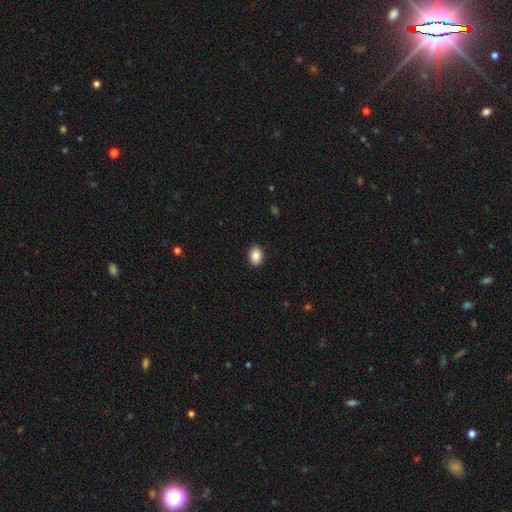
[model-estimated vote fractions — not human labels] smooth-or-featured: smooth: 88% | star or artifact: 8% | featured or disk: 4%
  how-rounded: in between: 73% | round: 26% | cigar-shaped: 1%
  merging: none: 90% | minor disturbance: 7% | major disturbance: 2% | merger: 1%